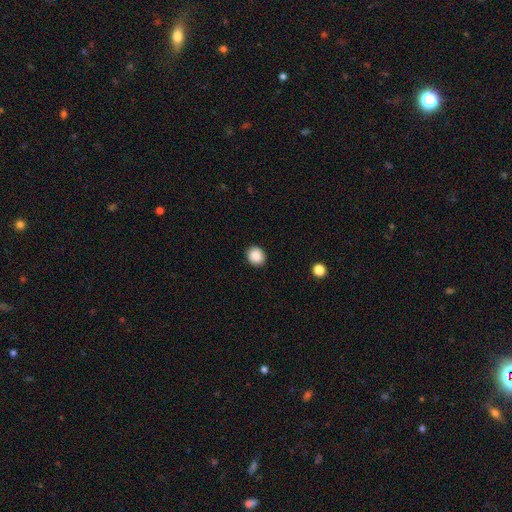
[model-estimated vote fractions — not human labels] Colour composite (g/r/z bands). It shows a smooth galaxy with no disk features (89%) that is round (80%). Merging: none (90%).